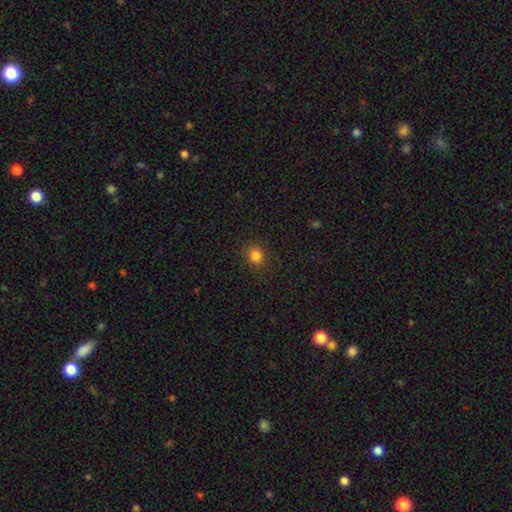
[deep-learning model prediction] Morphology: type=smooth (83%); roundness=round (85%); merging=none (89%).